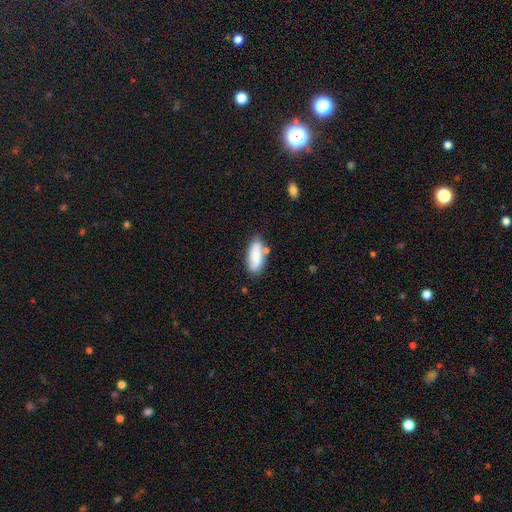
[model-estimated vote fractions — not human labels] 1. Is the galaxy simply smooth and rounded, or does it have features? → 83% smooth, 10% featured or disk, 7% star or artifact.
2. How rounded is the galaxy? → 80% in between, 18% cigar-shaped, 2% round.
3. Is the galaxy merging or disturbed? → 69% none, 17% minor disturbance, 9% merger, 4% major disturbance.